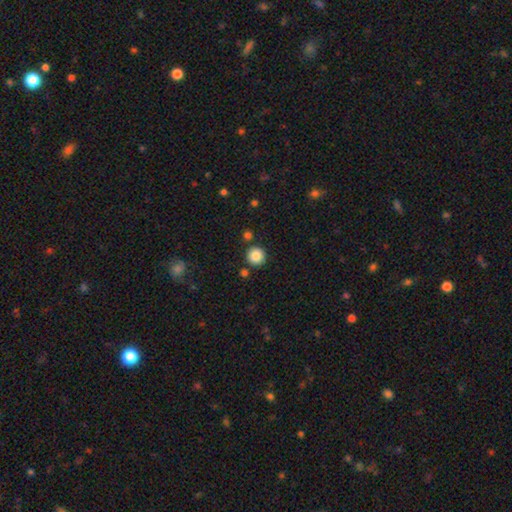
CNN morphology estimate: The model was most divided on "smooth or featured": smooth: 86%, star or artifact: 10%, featured or disk: 5%. More confident: how rounded — round (94%); merging — none (86%).